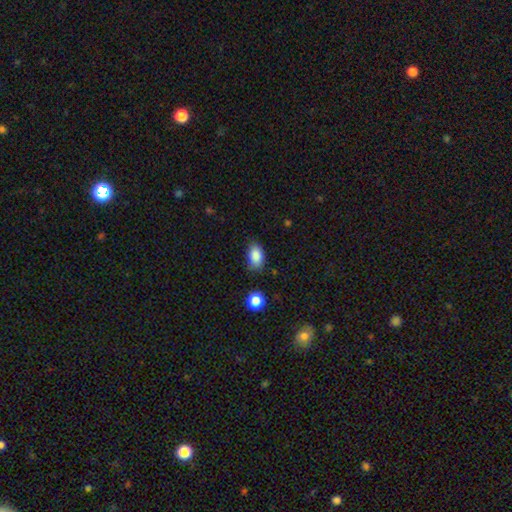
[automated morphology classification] Smooth or featured? smooth (87%)
How rounded? in between (88%)
Merging? none (76%)